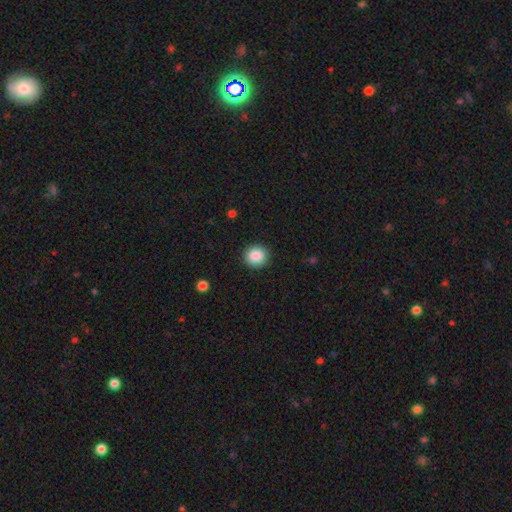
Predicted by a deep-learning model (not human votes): smooth-or-featured: smooth: 88% | star or artifact: 8% | featured or disk: 4%
  how-rounded: round: 91% | in between: 8% | cigar-shaped: 1%
  merging: none: 92% | minor disturbance: 5% | major disturbance: 2% | merger: 1%